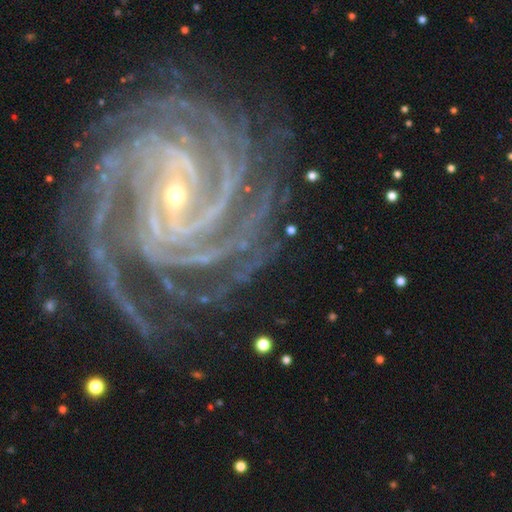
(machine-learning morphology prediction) featured or disk 93%, star or artifact 5%, smooth 2%. Down the decision tree: edge-on disk — no (98%); bar — strong (42%); spiral arms — yes (99%); spiral arm count — 4 (31%); spiral winding — tight (80%); bulge size — small (72%); merging — none (79%).